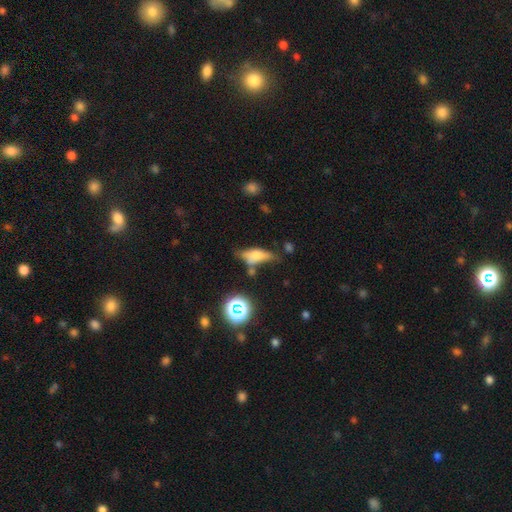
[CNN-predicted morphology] smooth_or_featured: smooth (p=0.57) [alt: featured or disk p=0.31]
how_rounded: in between (p=0.63) [alt: cigar-shaped p=0.32]
merging: none (p=0.45) [alt: minor disturbance p=0.30]